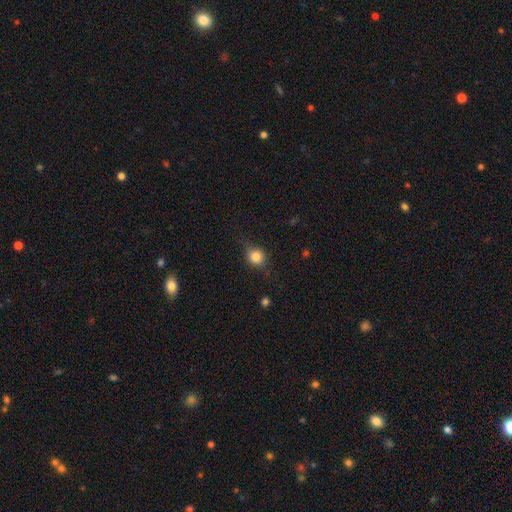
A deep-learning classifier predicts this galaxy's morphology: smooth 80%, star or artifact 10%, featured or disk 9%. Down the decision tree: how rounded — round (81%); merging — none (70%).